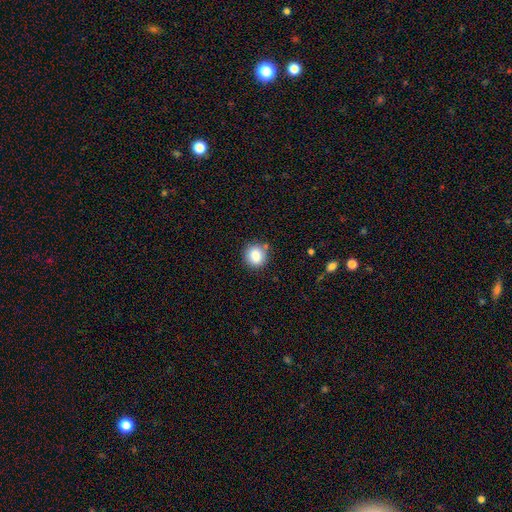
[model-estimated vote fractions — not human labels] Overall: smooth (85%). How rounded: round (87%). Merging: none (80%).